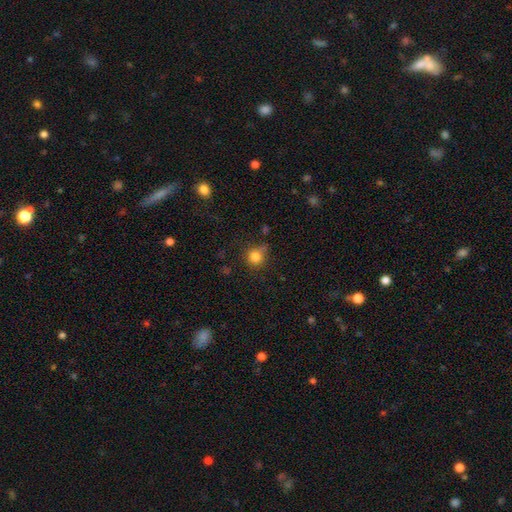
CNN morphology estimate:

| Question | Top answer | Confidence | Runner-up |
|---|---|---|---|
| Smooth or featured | smooth | 82% | star or artifact (12%) |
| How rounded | round | 89% | in between (10%) |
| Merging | none | 68% | minor disturbance (20%) |